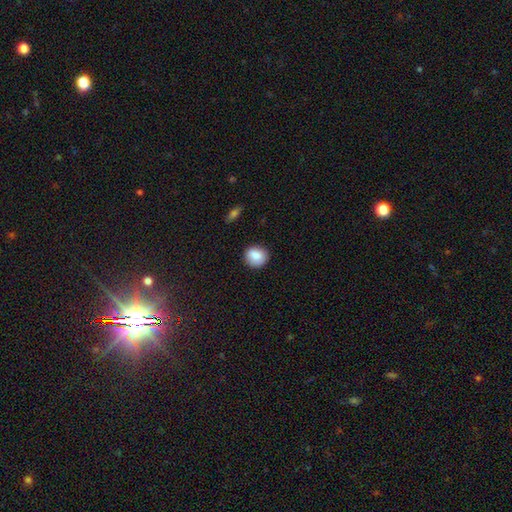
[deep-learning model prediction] smooth-or-featured: smooth: 86% | star or artifact: 8% | featured or disk: 6%
  how-rounded: round: 83% | in between: 16% | cigar-shaped: 1%
  merging: none: 86% | minor disturbance: 10% | major disturbance: 2% | merger: 1%